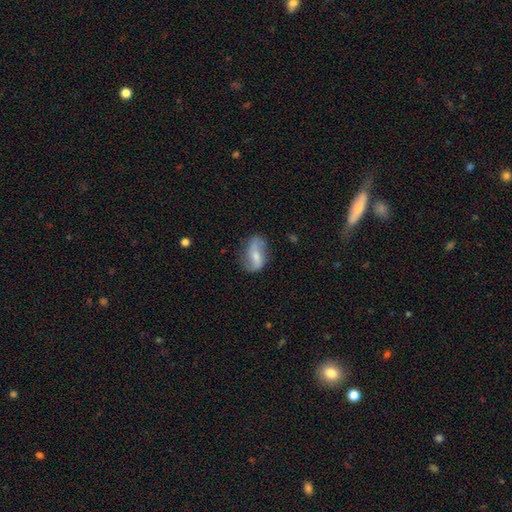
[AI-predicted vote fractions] smooth_or_featured: featured or disk (p=0.63) [alt: smooth p=0.30]
disk_edge_on: no (p=0.95) [alt: yes p=0.05]
bar: weak (p=0.43) [alt: no p=0.32]
has_spiral_arms: yes (p=0.88) [alt: no p=0.12]
spiral_winding: loose (p=0.74) [alt: medium p=0.19]
spiral_arm_count: 2 (p=0.87) [alt: can't tell p=0.05]
bulge_size: small (p=0.43) [alt: moderate p=0.40]
merging: none (p=0.64) [alt: minor disturbance p=0.24]